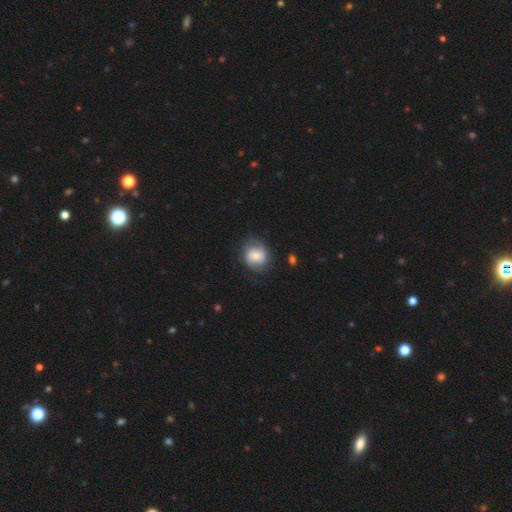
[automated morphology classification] Q: Smooth or featured?
A: featured or disk (52%); runner-up: smooth (41%)
Q: Edge-on disk?
A: no (97%); runner-up: yes (3%)
Q: Bar?
A: no (52%); runner-up: weak (37%)
Q: Spiral arms?
A: yes (83%); runner-up: no (17%)
Q: Bulge size?
A: small (43%); runner-up: moderate (41%)
Q: Merging?
A: none (68%); runner-up: minor disturbance (20%)